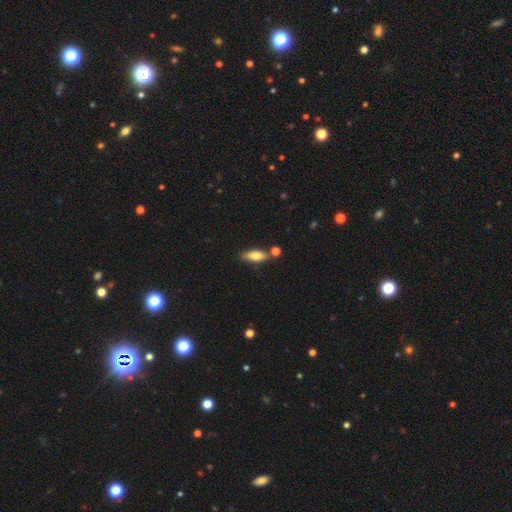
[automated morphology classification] smooth_or_featured: smooth (p=0.74) [alt: featured or disk p=0.19]
how_rounded: in between (p=0.62) [alt: cigar-shaped p=0.36]
merging: none (p=0.71) [alt: minor disturbance p=0.14]